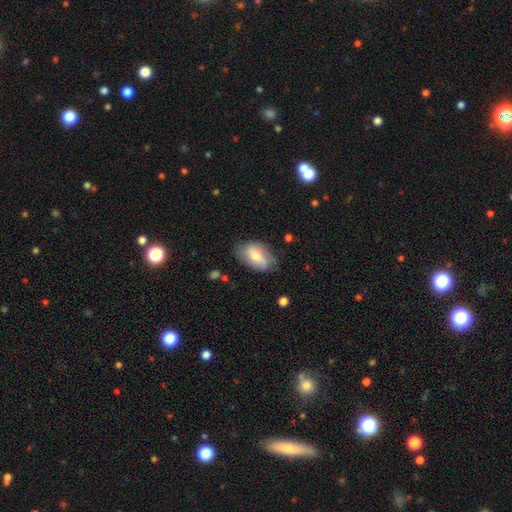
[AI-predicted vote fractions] This appears to be a smooth galaxy with no disk features (59%) that is in between round and cigar-shaped (91%). Merging: none (67%).